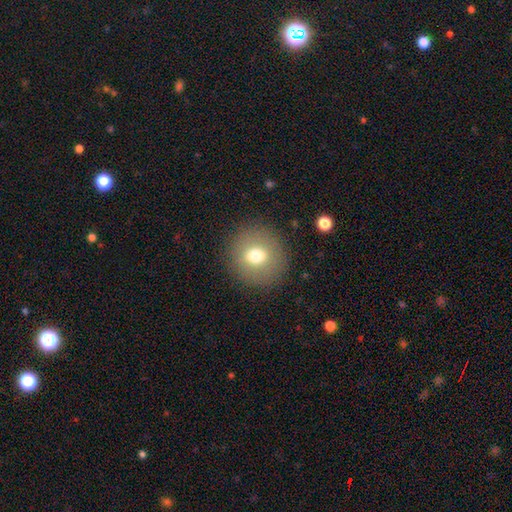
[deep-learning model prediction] The model was most divided on "smooth or featured": smooth: 70%, featured or disk: 19%, star or artifact: 11%. More confident: how rounded — round (90%); merging — none (88%).